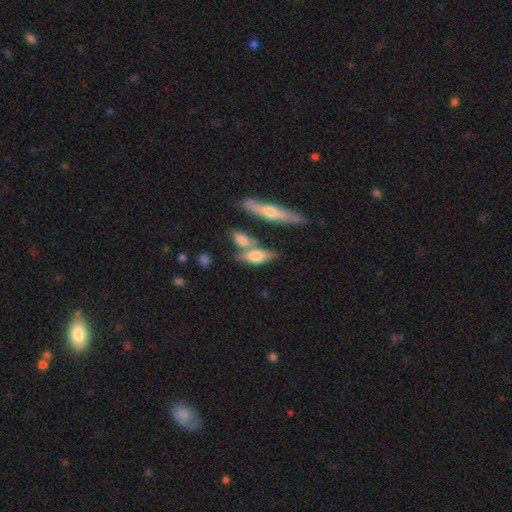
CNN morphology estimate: Smooth or featured?
  - smooth: 58% *
  - featured or disk: 36%
  - star or artifact: 7%
How rounded?
  - in between: 54% *
  - cigar-shaped: 41%
  - round: 6%
Merging?
  - none: 51% *
  - merger: 31%
  - minor disturbance: 13%
  - major disturbance: 5%